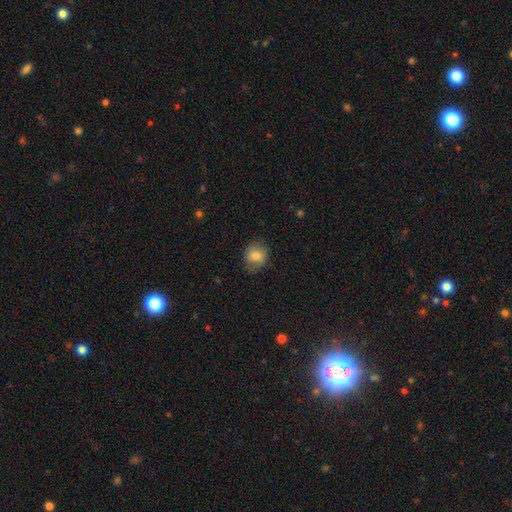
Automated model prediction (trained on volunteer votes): A smooth galaxy with no disk features (77%) that is round (65%). Merging: none (74%).